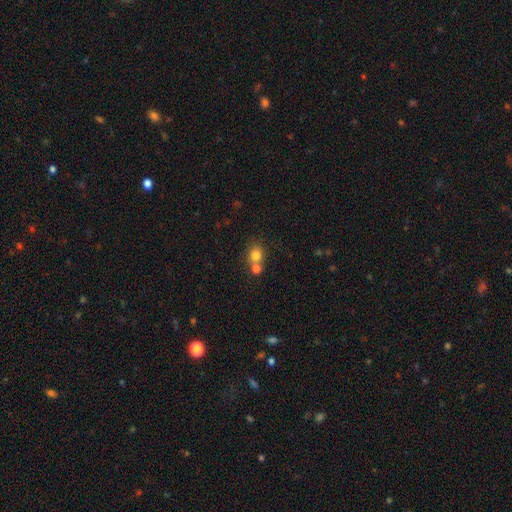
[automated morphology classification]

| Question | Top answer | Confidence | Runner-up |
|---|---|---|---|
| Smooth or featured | smooth | 79% | star or artifact (12%) |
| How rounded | round | 76% | in between (23%) |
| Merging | none | 48% | merger (42%) |